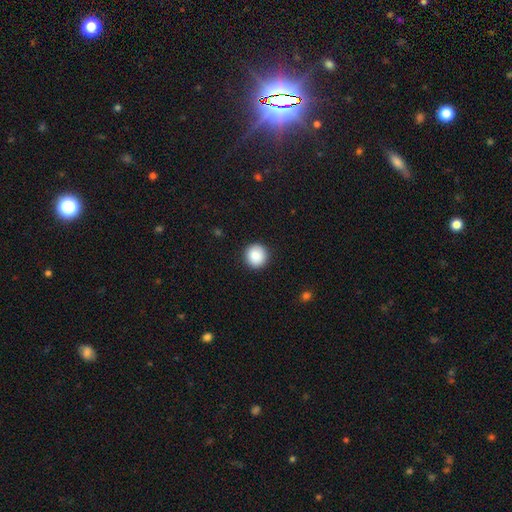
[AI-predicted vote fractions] A smooth galaxy with no disk features (88%) that is round (94%).

Vote fractions:
- Smooth or featured? smooth: 88% / star or artifact: 8% / featured or disk: 4%
- How rounded? round: 94% / in between: 5% / cigar-shaped: 1%
- Merging? none: 92% / minor disturbance: 5% / major disturbance: 2% / merger: 1%